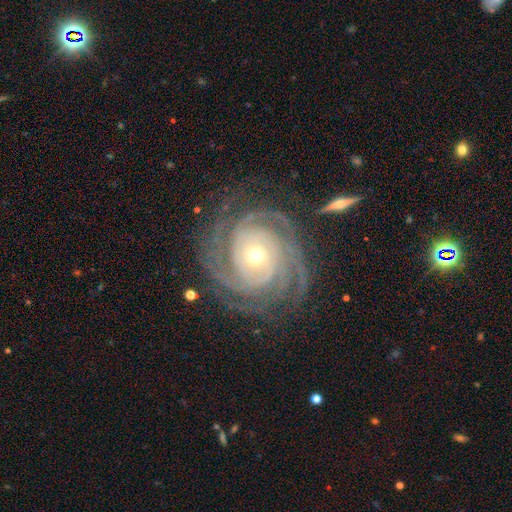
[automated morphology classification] A featured or disk galaxy (92%) with no bar (73%), 3 (27%) tight (82%) spiral arms (99%) and a small central bulge (53%).

Vote fractions:
- Smooth or featured? featured or disk: 92% / star or artifact: 5% / smooth: 3%
- Edge-on disk? no: 97% / yes: 3%
- Bar? no: 73% / weak: 17% / strong: 10%
- Spiral arms? yes: 99% / no: 1%
- Spiral winding? tight: 82% / medium: 16% / loose: 2%
- Spiral arm count? 3: 27% / 4: 26% / 2: 14% / can't tell: 14% / more than 4: 12% / 1: 7%
- Bulge size? small: 53% / moderate: 44% / large: 2% / dominant: 1% / none: 1%
- Merging? none: 78% / minor disturbance: 14% / major disturbance: 6% / merger: 2%